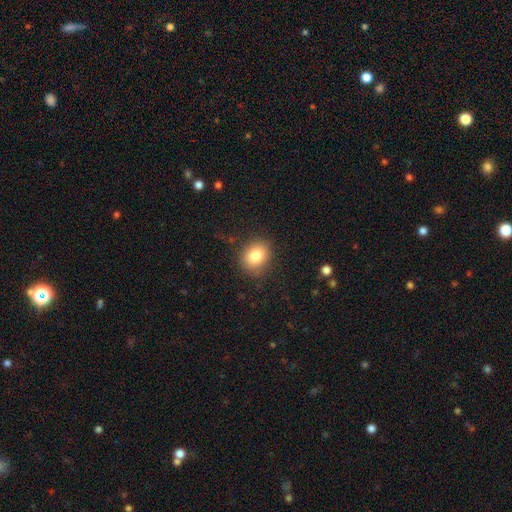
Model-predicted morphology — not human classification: smooth_or_featured: smooth (p=0.81) [alt: star or artifact p=0.10]
how_rounded: round (p=0.60) [alt: in between p=0.39]
merging: none (p=0.85) [alt: minor disturbance p=0.10]